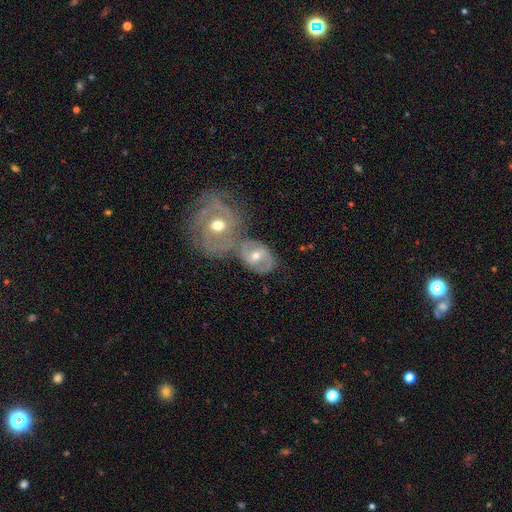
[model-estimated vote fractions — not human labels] A featured or disk galaxy (74%) with a weak bar (42%), 2 (69%) tight (46%) spiral arms (86%) and a moderate central bulge (71%). Merging: merger (46%).